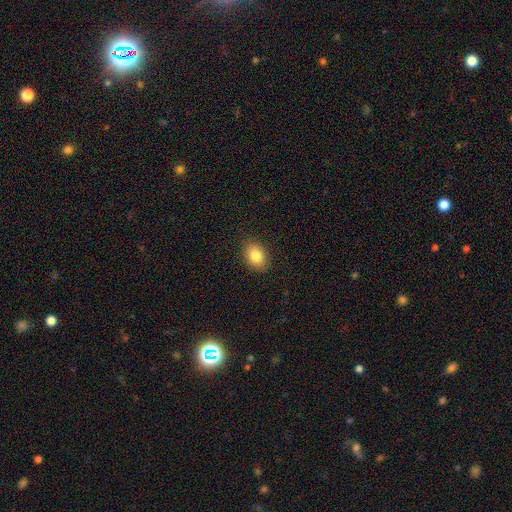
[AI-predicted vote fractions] The model was most divided on "how rounded": in between: 73%, round: 25%, cigar-shaped: 1%. More confident: merging — none (88%); smooth or featured — smooth (84%).